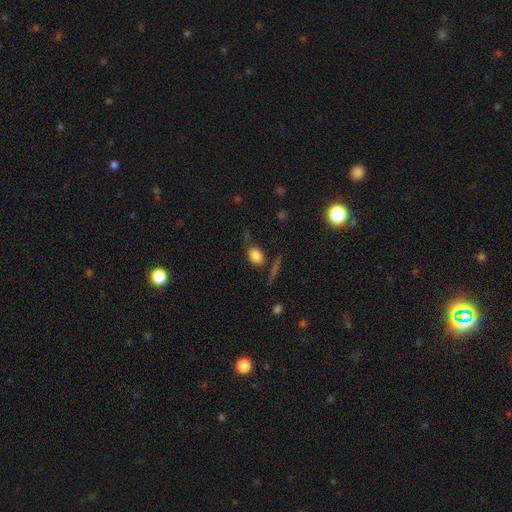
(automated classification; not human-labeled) A smooth galaxy with no disk features (79%) that is in between round and cigar-shaped (70%). Merging: none (66%).